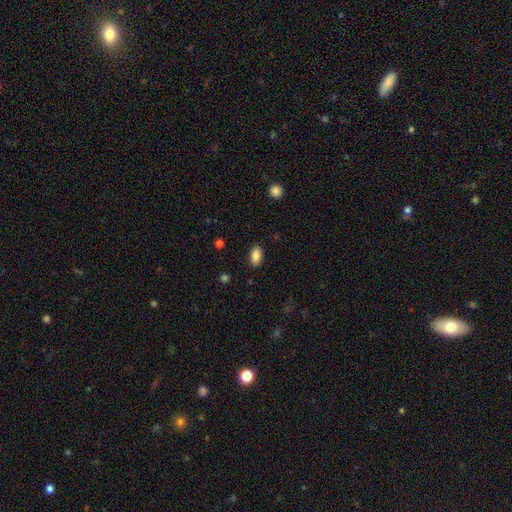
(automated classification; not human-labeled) A smooth galaxy with no disk features (86%) that is in between round and cigar-shaped (92%). Merging: none (87%).